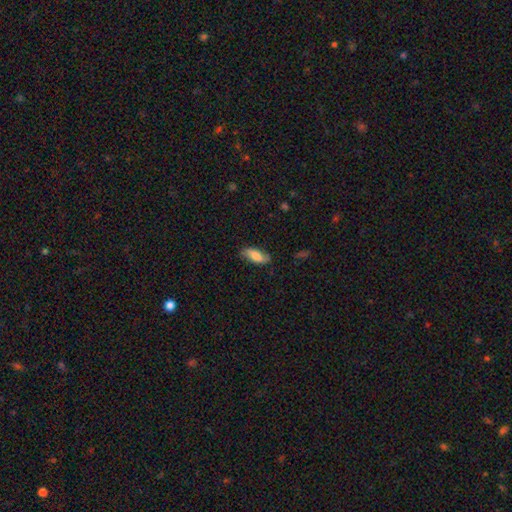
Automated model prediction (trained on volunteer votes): This appears to be a smooth galaxy with no disk features (70%) that is in between round and cigar-shaped (79%). Merging: none (79%).